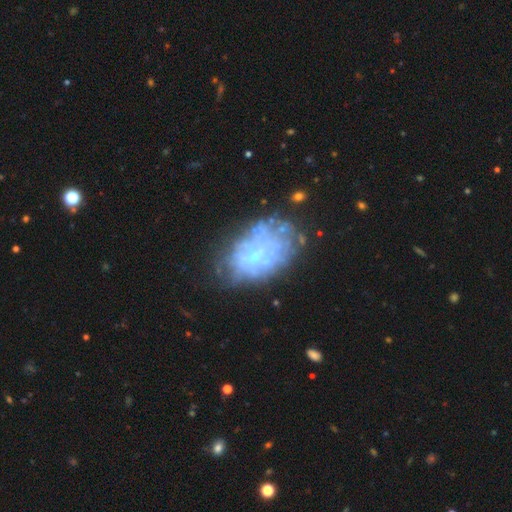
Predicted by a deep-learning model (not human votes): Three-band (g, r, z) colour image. It shows a featured or disk galaxy (60%) with no bar (81%), no spiral arms (76%) and a small central bulge (59%). Merging: none (51%).